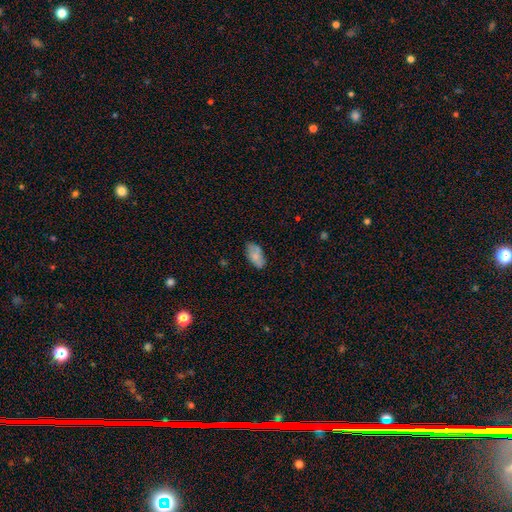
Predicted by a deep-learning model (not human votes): Smooth or featured: smooth — 76% (featured or disk — 17%)
How rounded: in between — 93% (cigar-shaped — 3%)
Merging: none — 72% (minor disturbance — 22%)